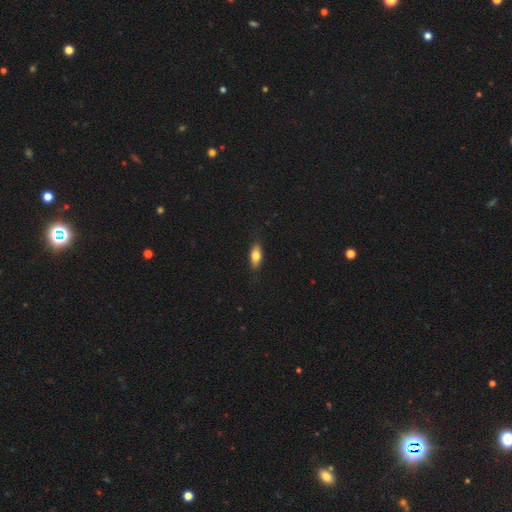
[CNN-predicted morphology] Q: Smooth or featured?
A: smooth (73%); runner-up: featured or disk (20%)
Q: How rounded?
A: in between (79%); runner-up: cigar-shaped (17%)
Q: Merging?
A: none (85%); runner-up: minor disturbance (11%)